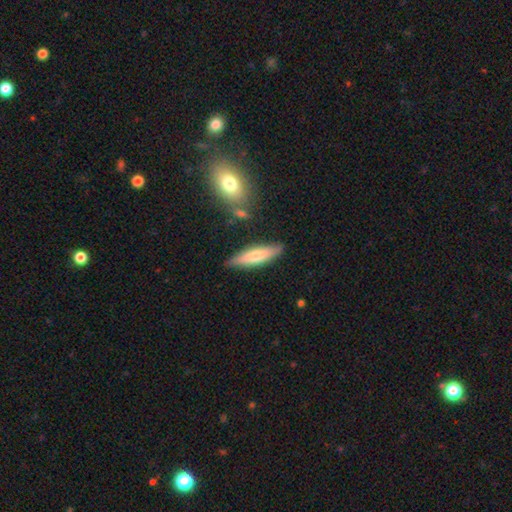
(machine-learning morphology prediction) This is likely a smooth galaxy (65%). How rounded: likely cigar-shaped (73%). Merging: clearly none (81%).